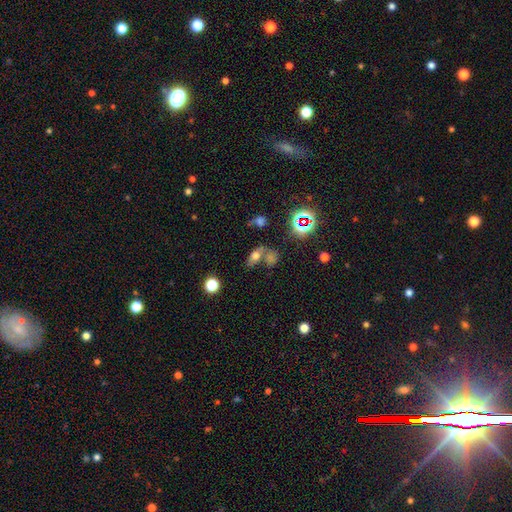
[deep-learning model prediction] A smooth galaxy with no disk features (58%) that is in between round and cigar-shaped (74%). Merging: none (43%).